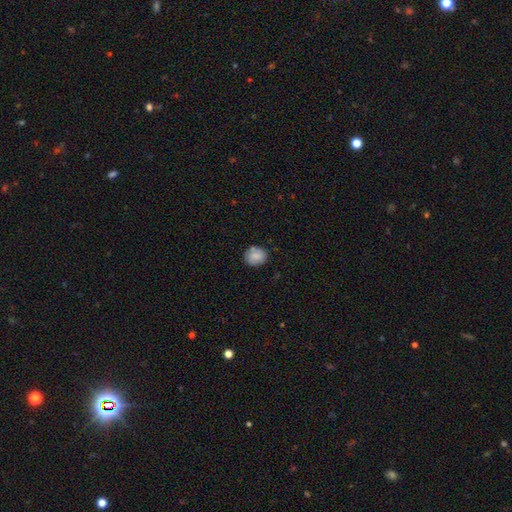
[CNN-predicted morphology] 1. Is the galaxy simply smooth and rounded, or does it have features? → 81% smooth, 11% featured or disk, 8% star or artifact.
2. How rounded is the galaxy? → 69% round, 30% in between, 1% cigar-shaped.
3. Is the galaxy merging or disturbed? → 76% none, 16% minor disturbance, 5% merger, 4% major disturbance.